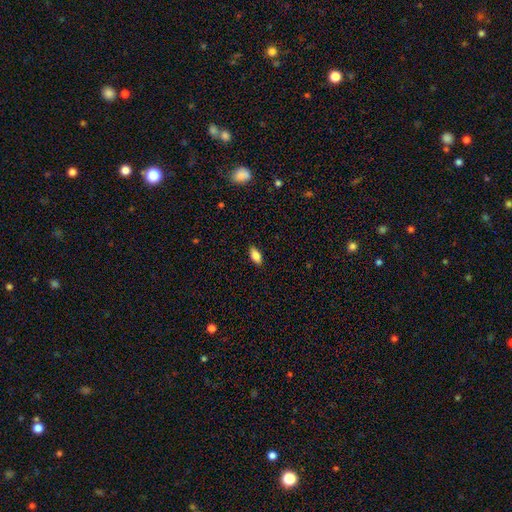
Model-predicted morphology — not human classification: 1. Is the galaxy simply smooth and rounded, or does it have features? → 84% smooth, 9% featured or disk, 8% star or artifact.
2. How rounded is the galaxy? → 88% in between, 9% cigar-shaped, 3% round.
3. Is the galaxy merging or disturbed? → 88% none, 9% minor disturbance, 2% major disturbance, 1% merger.